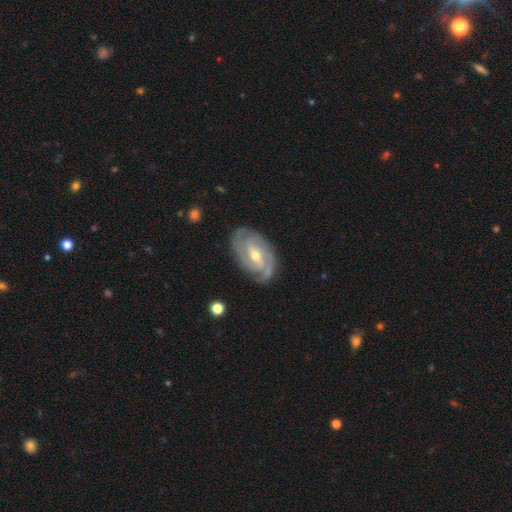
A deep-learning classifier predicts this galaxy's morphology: type=featured or disk (88%); edge-on=no (96%); bar=weak (48%); spiral arms=yes (97%); winding=tight (68%); arm count=2 (52%); bulge=moderate (54%); merging=none (79%).